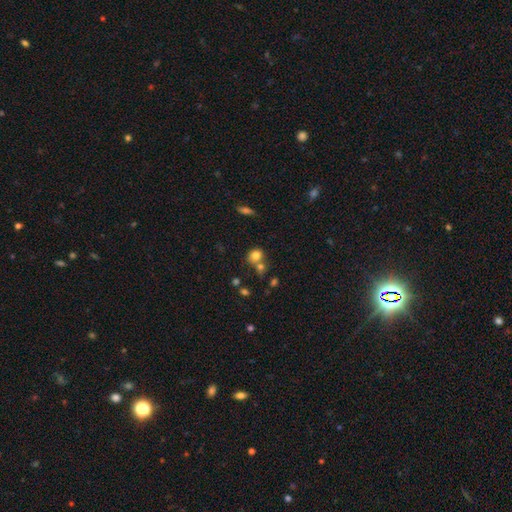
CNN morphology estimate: smooth_or_featured: smooth (p=0.78) [alt: star or artifact p=0.12]
how_rounded: round (p=0.69) [alt: in between p=0.30]
merging: none (p=0.51) [alt: merger p=0.34]